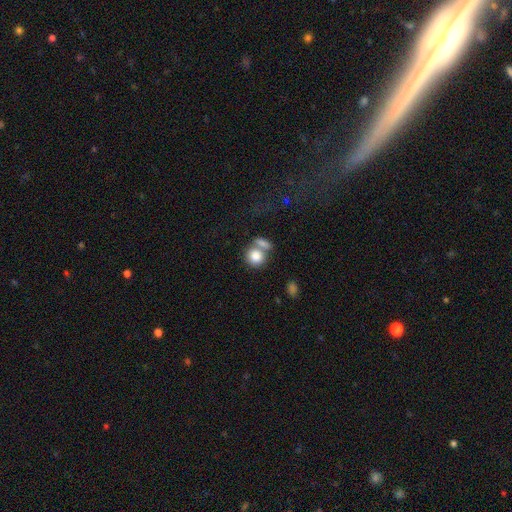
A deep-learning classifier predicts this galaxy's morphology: Q: Smooth or featured?
A: smooth (81%); runner-up: featured or disk (10%)
Q: How rounded?
A: round (76%); runner-up: in between (22%)
Q: Merging?
A: merger (47%); runner-up: none (39%)